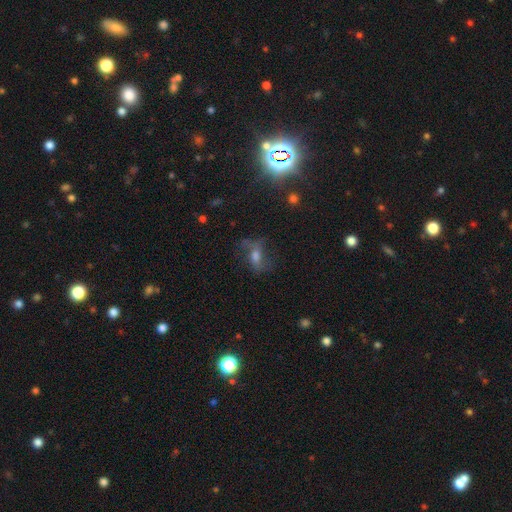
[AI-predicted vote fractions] This appears to be a featured or disk galaxy (49%). Merging: none (57%).